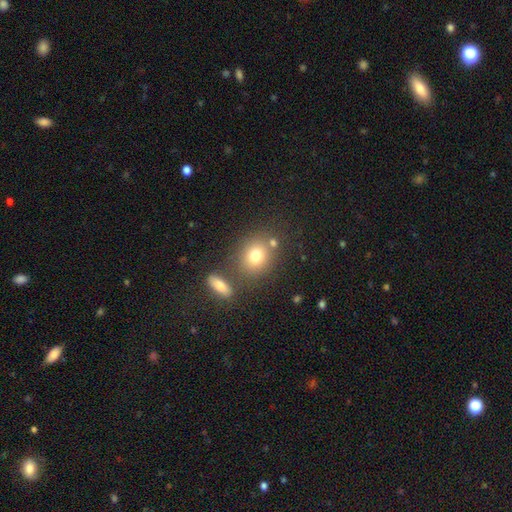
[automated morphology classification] Smooth or featured? smooth (77%)
How rounded? round (63%)
Merging? none (66%)